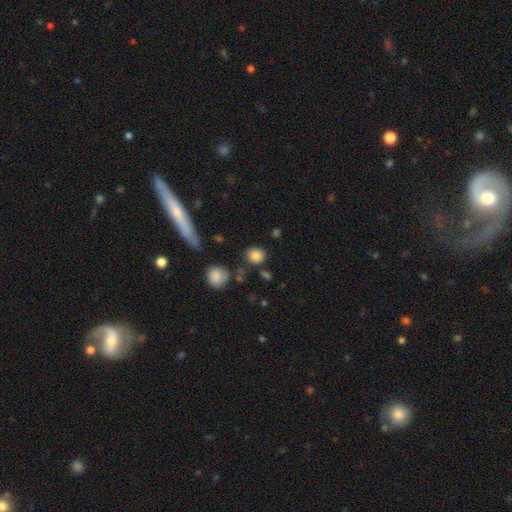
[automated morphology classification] Overall: smooth (83%). How rounded: round (79%). Merging: none (81%).